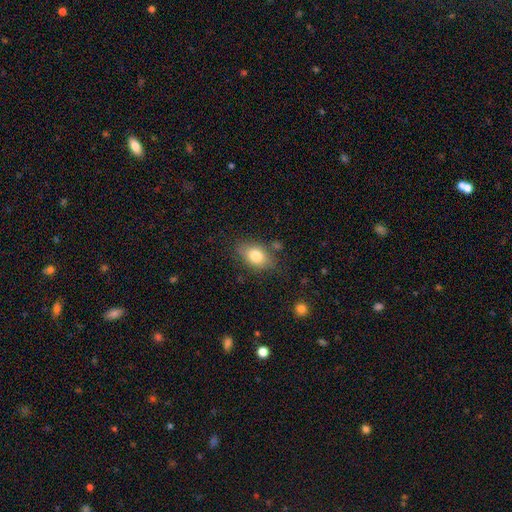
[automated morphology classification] Smooth or featured? smooth (77%)
How rounded? in between (83%)
Merging? none (75%)